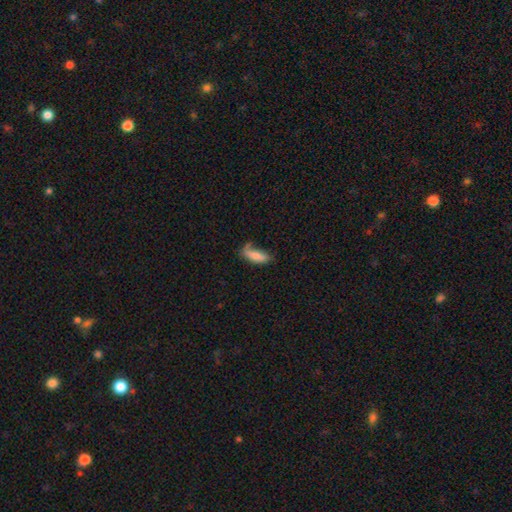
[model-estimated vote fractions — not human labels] smooth_or_featured: smooth (p=0.77) [alt: featured or disk p=0.16]
how_rounded: in between (p=0.66) [alt: cigar-shaped p=0.32]
merging: none (p=0.48) [alt: minor disturbance p=0.31]